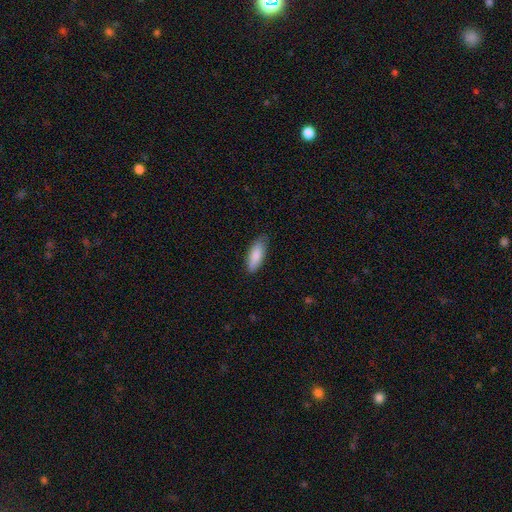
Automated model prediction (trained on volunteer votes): smooth_or_featured: smooth (p=0.86) [alt: featured or disk p=0.08]
how_rounded: in between (p=0.69) [alt: cigar-shaped p=0.29]
merging: none (p=0.78) [alt: minor disturbance p=0.18]